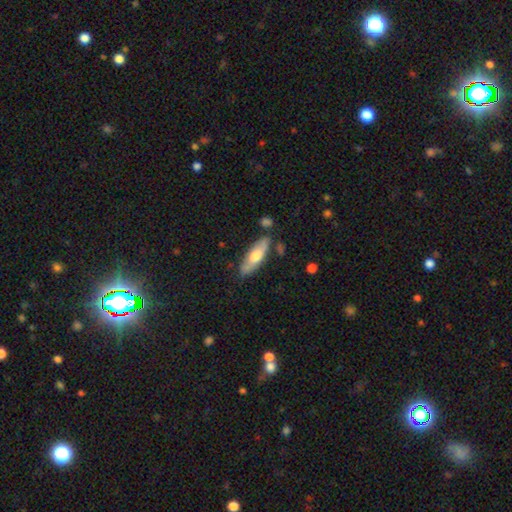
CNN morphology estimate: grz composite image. It shows a smooth galaxy with no disk features (60%) that is in between round and cigar-shaped (56%). Merging: none (79%).